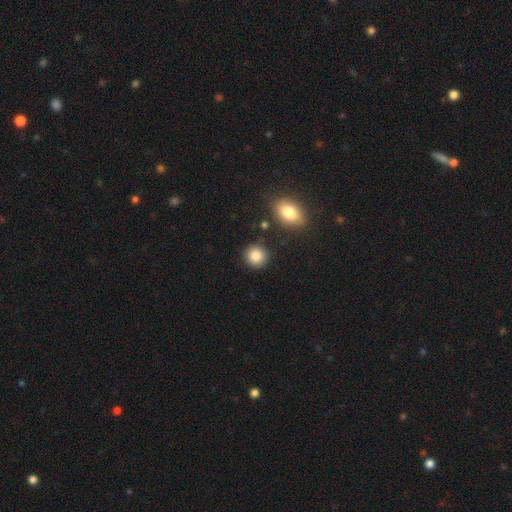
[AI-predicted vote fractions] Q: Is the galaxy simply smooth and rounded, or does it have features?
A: smooth — 87%.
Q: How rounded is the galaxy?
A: round — 88%.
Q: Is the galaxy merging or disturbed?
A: none — 84%.